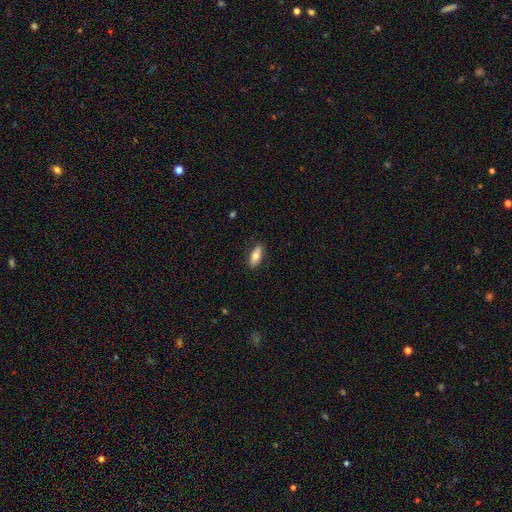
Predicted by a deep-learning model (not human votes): Smooth or featured?
  - smooth: 75% *
  - featured or disk: 19%
  - star or artifact: 6%
How rounded?
  - in between: 77% *
  - cigar-shaped: 20%
  - round: 3%
Merging?
  - none: 87% *
  - minor disturbance: 10%
  - major disturbance: 2%
  - merger: 1%